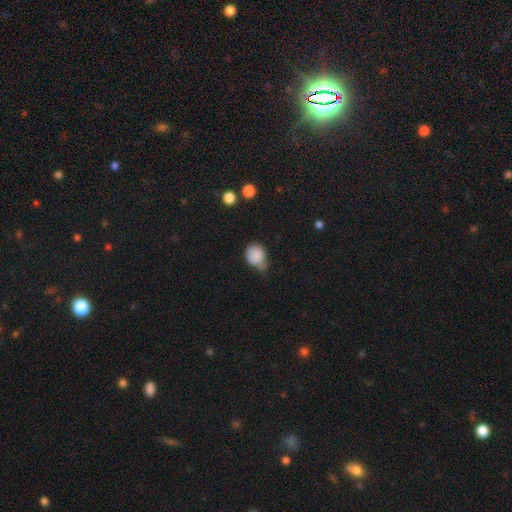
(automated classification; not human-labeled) smooth 85%, star or artifact 9%, featured or disk 6%. Down the decision tree: how rounded — round (63%); merging — minor disturbance (47%).